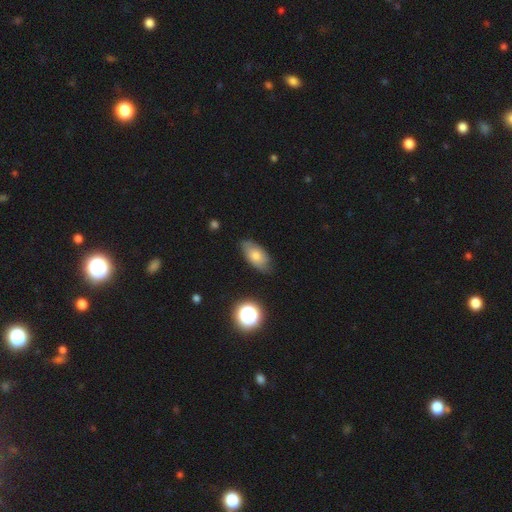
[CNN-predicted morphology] Overall: smooth (73%). How rounded: in between (91%). Merging: none (77%).